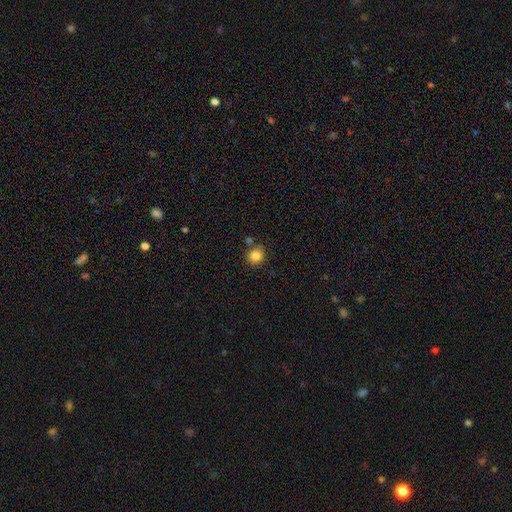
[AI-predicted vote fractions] The model was most divided on "merging": none: 80%, minor disturbance: 9%, merger: 9%, major disturbance: 2%. More confident: how rounded — round (90%); smooth or featured — smooth (83%).